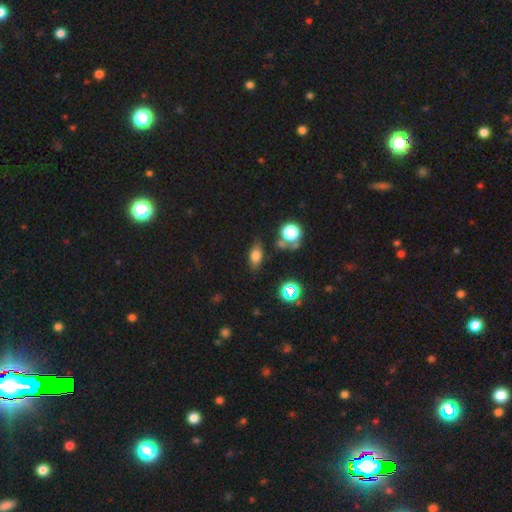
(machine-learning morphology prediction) type=smooth (72%); roundness=in between (79%); merging=none (74%).